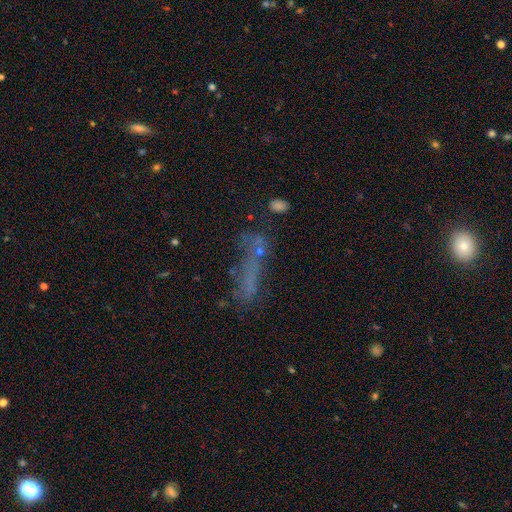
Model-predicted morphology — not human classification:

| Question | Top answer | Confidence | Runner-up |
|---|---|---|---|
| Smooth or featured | smooth | 47% | featured or disk (29%) |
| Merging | none | 43% | major disturbance (24%) |